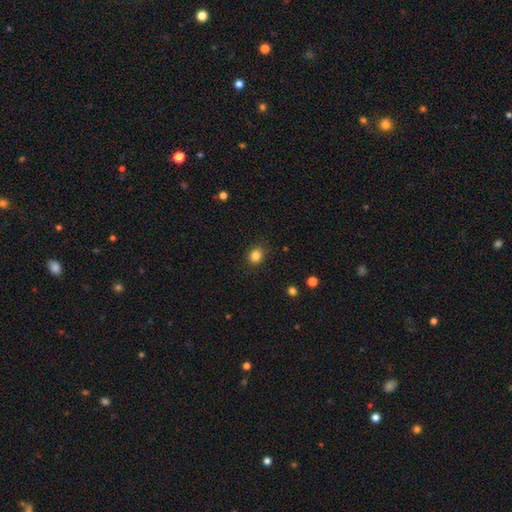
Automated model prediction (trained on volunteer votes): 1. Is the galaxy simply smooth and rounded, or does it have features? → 84% smooth, 12% star or artifact, 4% featured or disk.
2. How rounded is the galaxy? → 70% round, 29% in between, 1% cigar-shaped.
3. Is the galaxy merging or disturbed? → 86% none, 10% minor disturbance, 3% major disturbance, 1% merger.